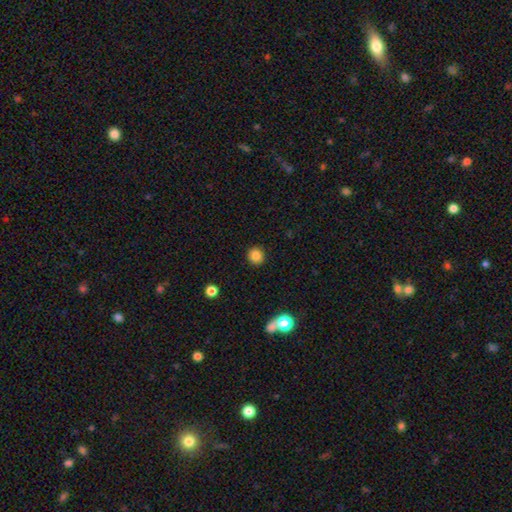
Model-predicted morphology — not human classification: A smooth galaxy with no disk features (85%) that is round (91%). Merging: none (91%).